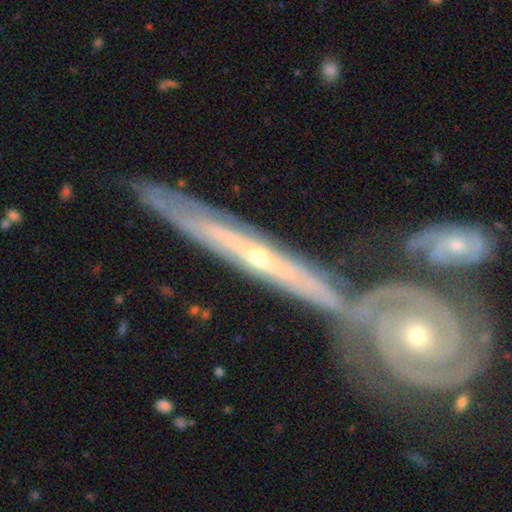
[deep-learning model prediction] Smooth or featured: featured or disk — 83% (smooth — 12%)
Edge-on disk: yes — 70% (no — 30%)
Edge-on bulge: rounded — 61% (none — 36%)
Merging: none — 56% (merger — 25%)